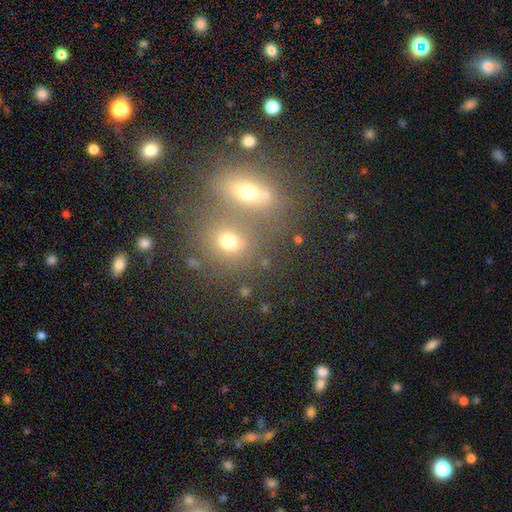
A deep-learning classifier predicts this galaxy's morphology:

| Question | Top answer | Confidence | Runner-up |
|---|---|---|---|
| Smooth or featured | smooth | 56% | star or artifact (23%) |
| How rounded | round | 54% | in between (40%) |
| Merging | merger | 52% | none (39%) |